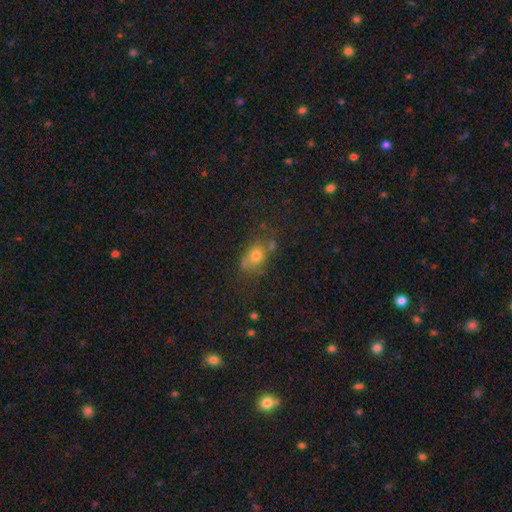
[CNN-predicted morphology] A smooth galaxy with no disk features (64%) that is in between round and cigar-shaped (64%).

Vote fractions:
- Smooth or featured? smooth: 64% / featured or disk: 20% / star or artifact: 16%
- How rounded? in between: 64% / round: 32% / cigar-shaped: 4%
- Merging? none: 52% / minor disturbance: 24% / major disturbance: 12% / merger: 12%